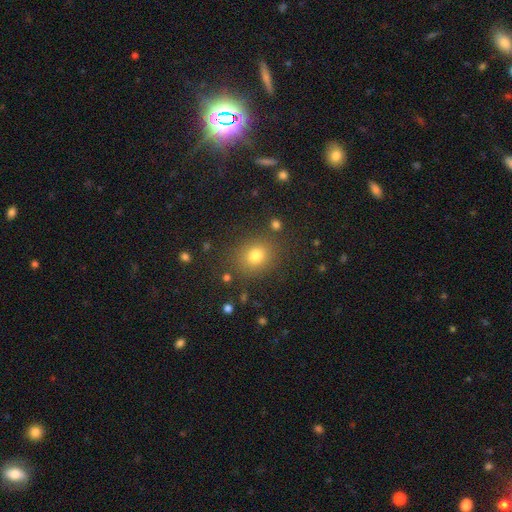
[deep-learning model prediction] This appears to be a smooth galaxy with no disk features (77%) that is round (70%). Merging: none (83%).